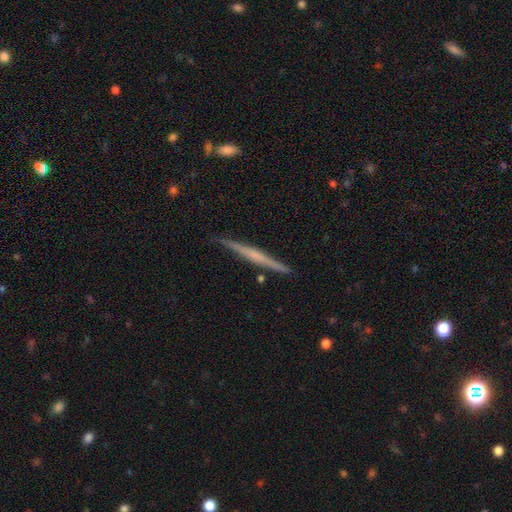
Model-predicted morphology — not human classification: The model was most divided on "edge-on bulge": none: 50%, rounded: 36%, boxy: 14%. More confident: edge-on disk — yes (98%); merging — none (89%); smooth or featured — featured or disk (67%).